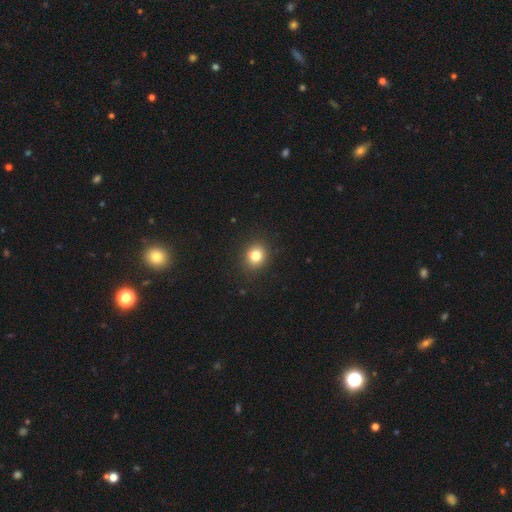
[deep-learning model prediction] Smooth or featured?
  - smooth: 81% *
  - star or artifact: 12%
  - featured or disk: 7%
How rounded?
  - round: 78% *
  - in between: 22%
  - cigar-shaped: 1%
Merging?
  - none: 90% *
  - minor disturbance: 7%
  - major disturbance: 2%
  - merger: 1%